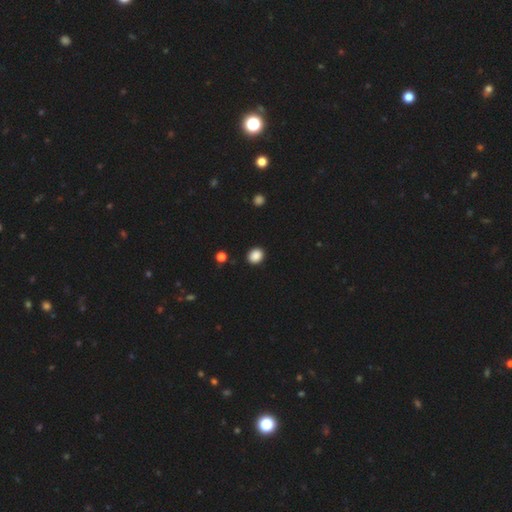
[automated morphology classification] This appears to be a smooth galaxy with no disk features (88%) that is round (58%). Merging: none (90%).